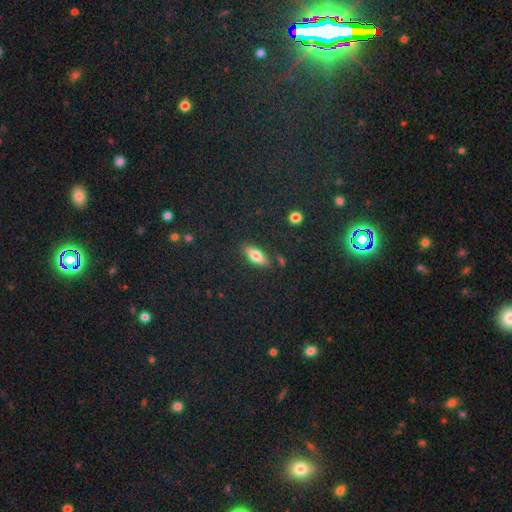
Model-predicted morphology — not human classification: smooth 75%, featured or disk 16%, star or artifact 9%. Down the decision tree: how rounded — in between (73%); merging — none (84%).